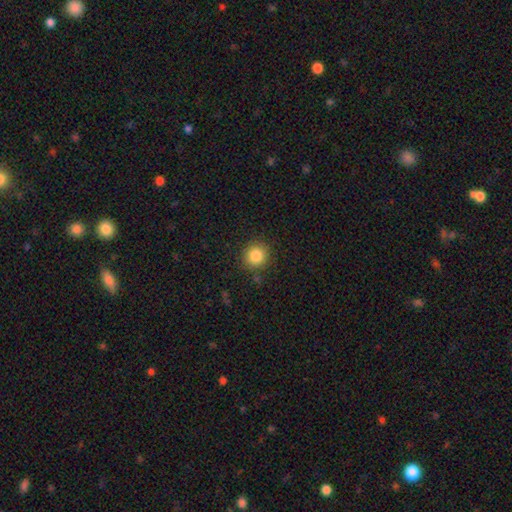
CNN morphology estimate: Smooth or featured? Predicted: smooth (p=0.85). How rounded? Predicted: round (p=0.90). Merging? Predicted: none (p=0.88).